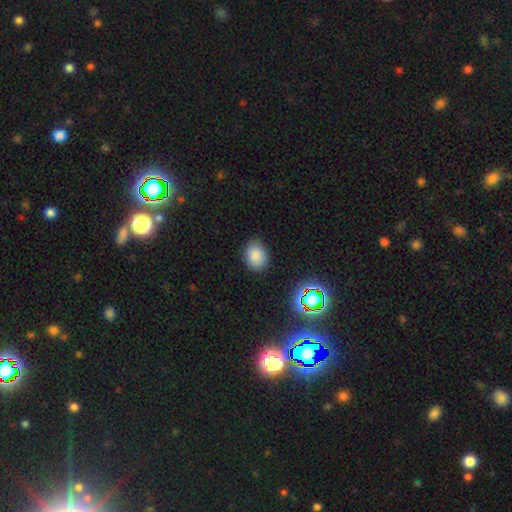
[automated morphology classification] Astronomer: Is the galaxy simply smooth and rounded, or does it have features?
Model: smooth — 83%.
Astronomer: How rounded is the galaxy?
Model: in between — 58% (runner-up: round, 41%).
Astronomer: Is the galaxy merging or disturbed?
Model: none — 85%.